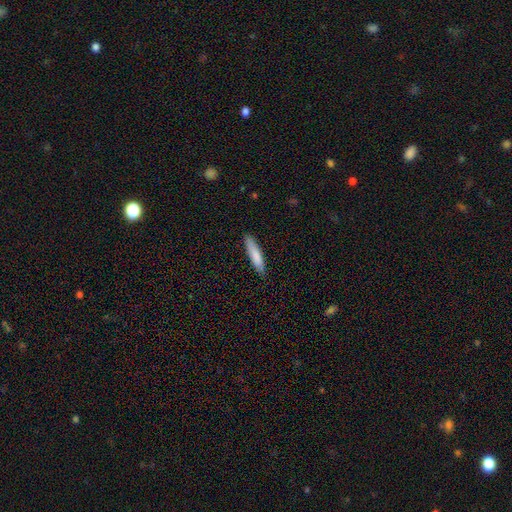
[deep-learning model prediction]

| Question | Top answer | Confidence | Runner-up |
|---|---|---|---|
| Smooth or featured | smooth | 83% | featured or disk (12%) |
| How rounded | cigar-shaped | 84% | in between (15%) |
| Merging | none | 87% | minor disturbance (11%) |